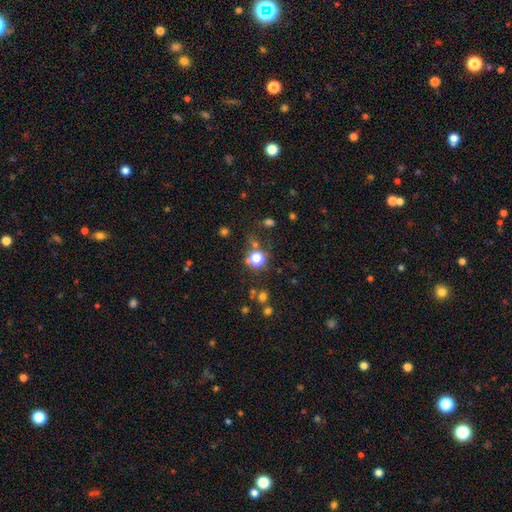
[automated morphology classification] This is possibly a smooth galaxy (49%). Merging: likely none (74%).